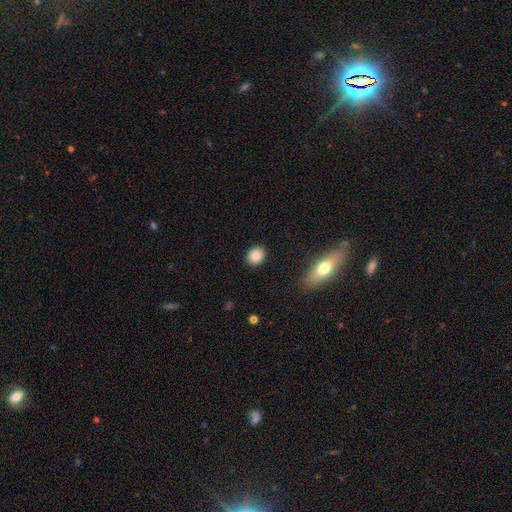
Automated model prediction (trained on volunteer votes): This appears to be a smooth galaxy with no disk features (87%) that is round (66%). Merging: none (90%).